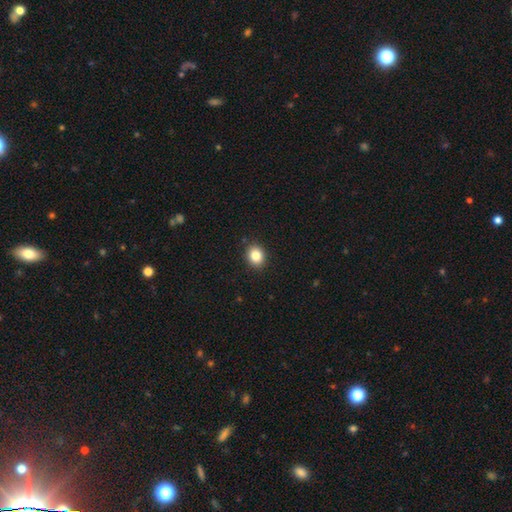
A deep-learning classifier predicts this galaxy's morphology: The model was most divided on "how rounded": round: 61%, in between: 38%, cigar-shaped: 1%. More confident: merging — none (90%); smooth or featured — smooth (84%).